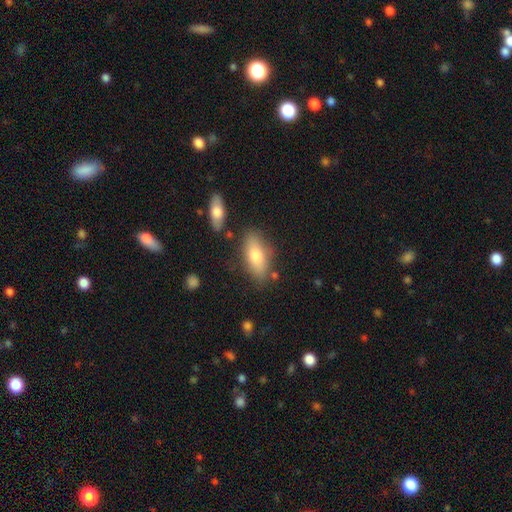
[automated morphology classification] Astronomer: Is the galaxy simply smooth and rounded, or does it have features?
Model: smooth — 73%.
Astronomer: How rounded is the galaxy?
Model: in between — 83%.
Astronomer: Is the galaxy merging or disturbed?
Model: none — 77%.